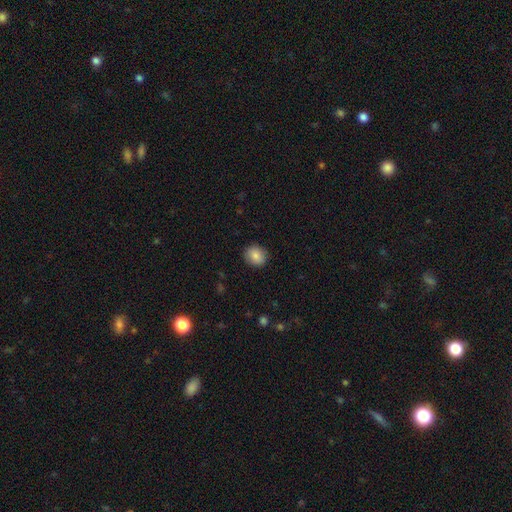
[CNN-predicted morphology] Smooth or featured?
  - smooth: 85% *
  - star or artifact: 8%
  - featured or disk: 7%
How rounded?
  - round: 69% *
  - in between: 30%
  - cigar-shaped: 1%
Merging?
  - none: 89% *
  - minor disturbance: 8%
  - major disturbance: 2%
  - merger: 1%